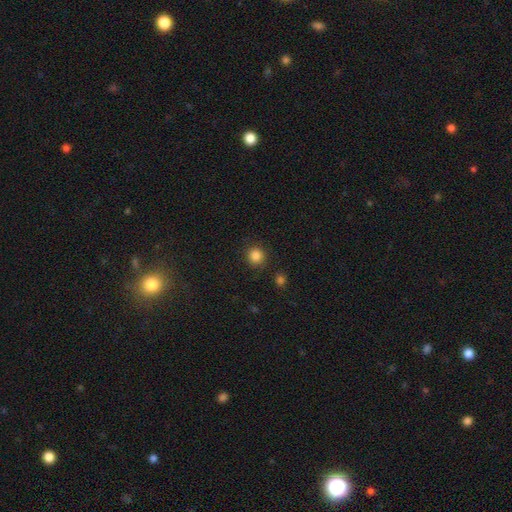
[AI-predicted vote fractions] This is clearly a smooth galaxy (85%). How rounded: clearly round (91%). Merging: clearly none (88%).